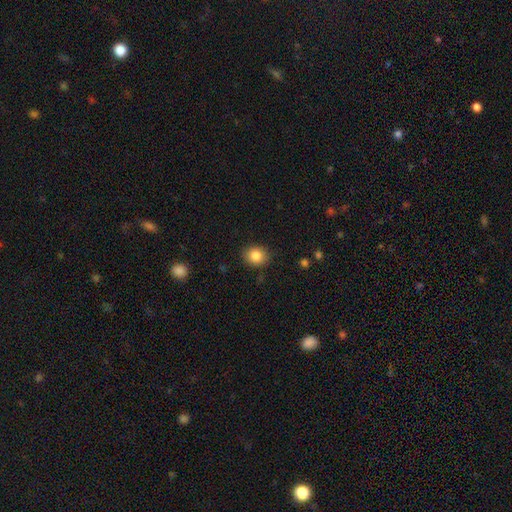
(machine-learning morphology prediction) Smooth or featured? smooth (85%)
How rounded? round (65%)
Merging? none (88%)